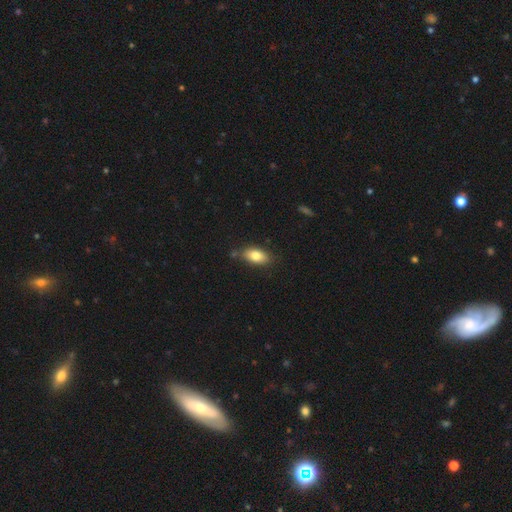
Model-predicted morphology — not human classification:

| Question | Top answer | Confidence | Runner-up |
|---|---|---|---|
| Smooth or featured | smooth | 80% | featured or disk (12%) |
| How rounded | in between | 89% | round (5%) |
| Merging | none | 76% | minor disturbance (16%) |